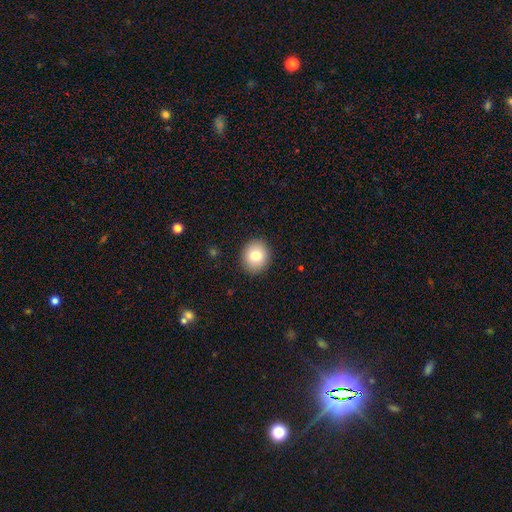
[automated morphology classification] smooth 81%, featured or disk 10%, star or artifact 9%. Down the decision tree: how rounded — round (78%); merging — none (91%).